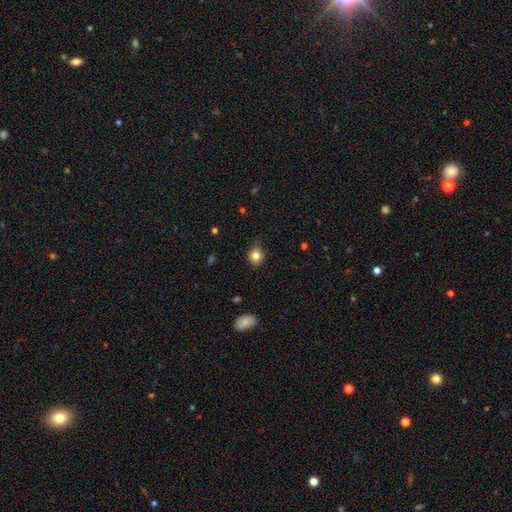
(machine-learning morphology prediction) Smooth or featured: smooth — 82% (star or artifact — 11%)
How rounded: round — 75% (in between — 24%)
Merging: none — 79% (minor disturbance — 17%)